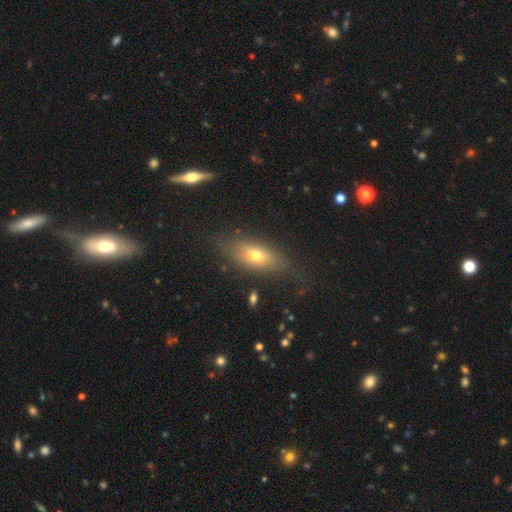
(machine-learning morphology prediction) Smooth or featured? Predicted: smooth (p=0.63). How rounded? Predicted: in between (p=0.73). Merging? Predicted: none (p=0.72).